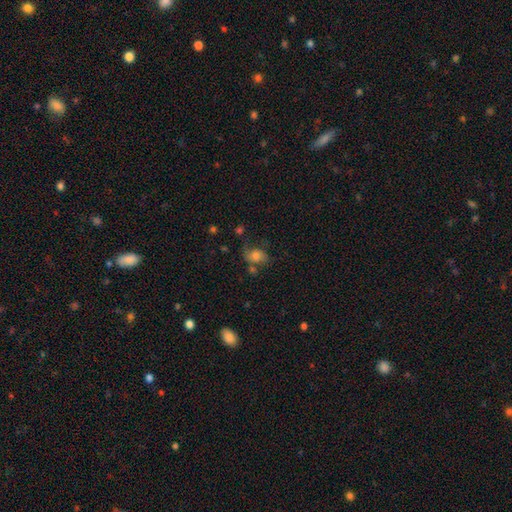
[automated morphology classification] This is possibly a smooth galaxy (59%). How rounded: likely in between (66%). Merging: marginally none (44%).